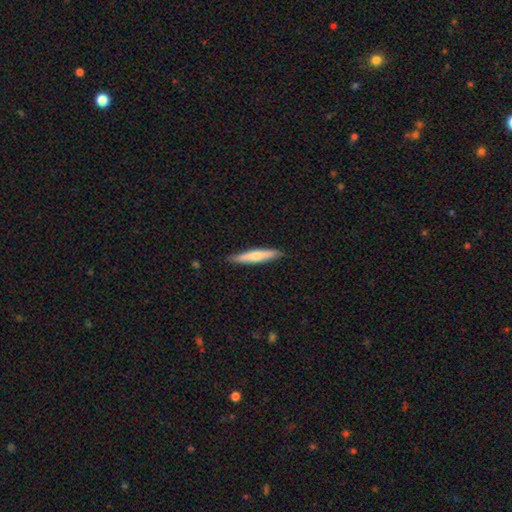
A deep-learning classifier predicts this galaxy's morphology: This appears to be a smooth galaxy with no disk features (60%) that is cigar-shaped (90%). Merging: none (88%).